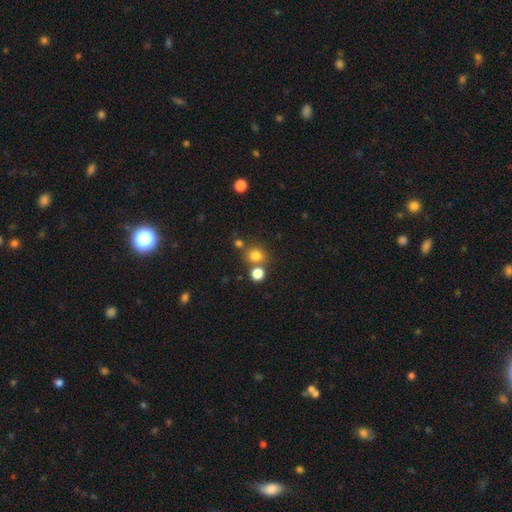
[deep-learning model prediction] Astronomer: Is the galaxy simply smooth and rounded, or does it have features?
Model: smooth — 77%.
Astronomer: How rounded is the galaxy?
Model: round — 84%.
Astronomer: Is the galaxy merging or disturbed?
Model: none — 68%.